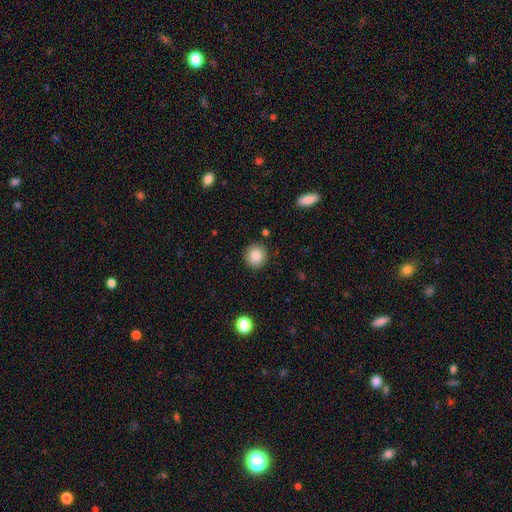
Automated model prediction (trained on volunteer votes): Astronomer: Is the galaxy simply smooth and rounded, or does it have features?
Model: smooth — 87%.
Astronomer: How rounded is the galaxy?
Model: round — 90%.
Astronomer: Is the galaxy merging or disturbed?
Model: none — 90%.